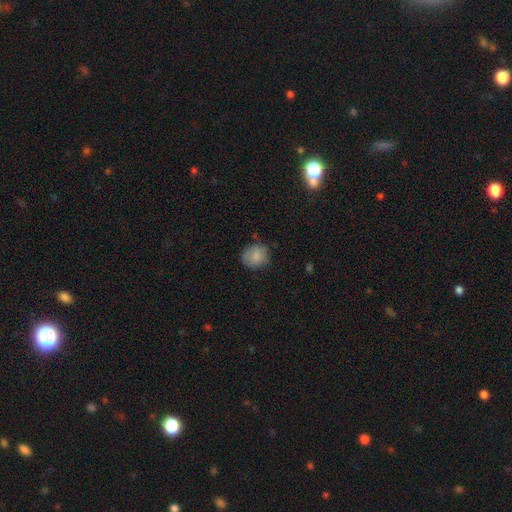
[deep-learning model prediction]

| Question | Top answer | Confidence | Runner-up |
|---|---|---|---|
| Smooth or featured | smooth | 82% | featured or disk (9%) |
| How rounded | round | 77% | in between (22%) |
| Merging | none | 74% | minor disturbance (19%) |